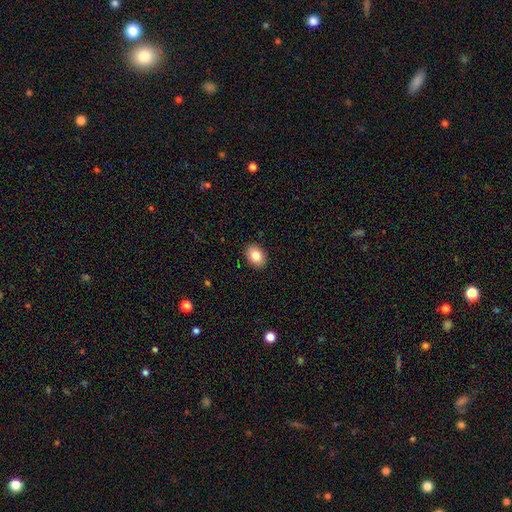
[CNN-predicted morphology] A smooth galaxy with no disk features (84%) that is in between round and cigar-shaped (68%).

Vote fractions:
- Smooth or featured? smooth: 84% / star or artifact: 9% / featured or disk: 8%
- How rounded? in between: 68% / round: 31% / cigar-shaped: 1%
- Merging? none: 90% / minor disturbance: 7% / major disturbance: 2% / merger: 1%